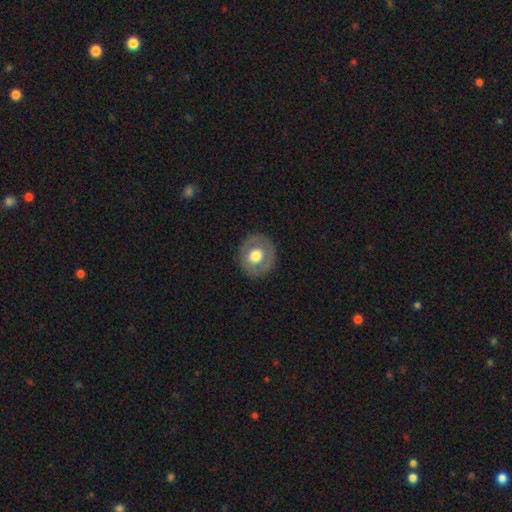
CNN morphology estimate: smooth 59%, featured or disk 34%, star or artifact 7%. Down the decision tree: how rounded — round (83%); merging — none (84%).